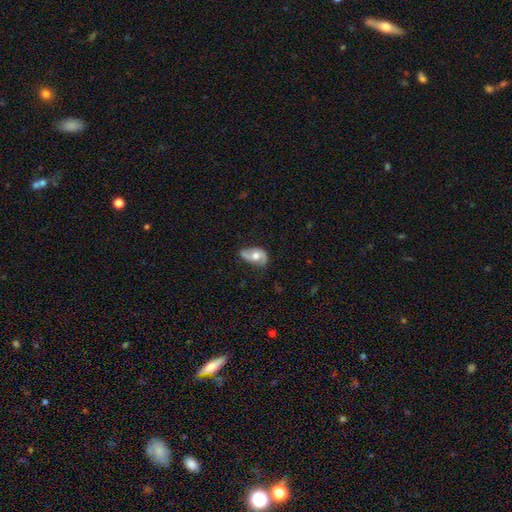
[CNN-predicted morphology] Smooth or featured: featured or disk — 57% (smooth — 36%)
Edge-on disk: no — 95% (yes — 5%)
Bar: no — 73% (weak — 21%)
Spiral arms: yes — 78% (no — 22%)
Bulge size: moderate — 71% (large — 14%)
Merging: none — 50% (minor disturbance — 33%)